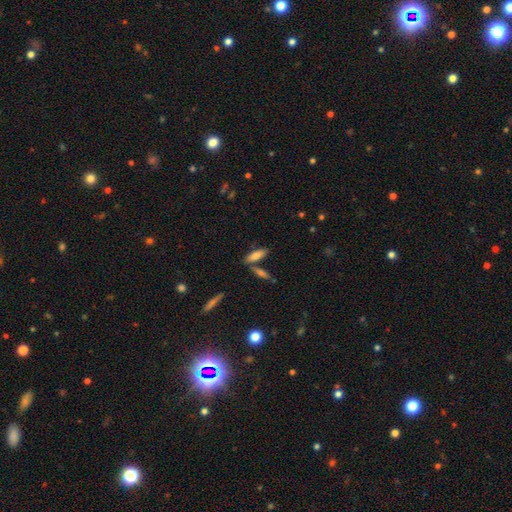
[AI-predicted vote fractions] A smooth galaxy with no disk features (75%) that is in between round and cigar-shaped (52%). Merging: none (67%).